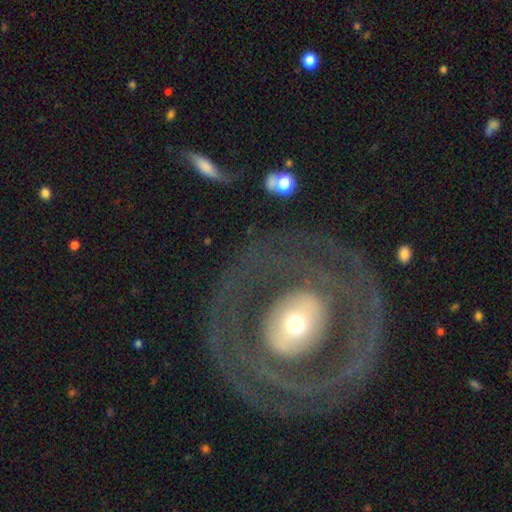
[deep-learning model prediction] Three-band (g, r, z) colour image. It shows a featured or disk galaxy (73%) with no bar (66%), no spiral arms (54%) and a moderate central bulge (53%). Merging: none (77%).